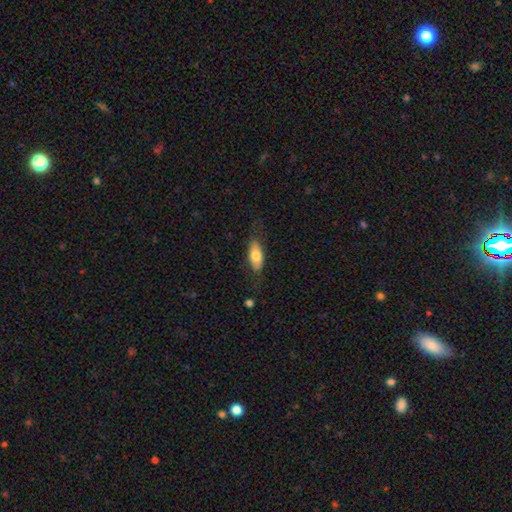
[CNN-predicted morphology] This appears to be a smooth galaxy with no disk features (73%) that is in between round and cigar-shaped (80%). Merging: none (73%).